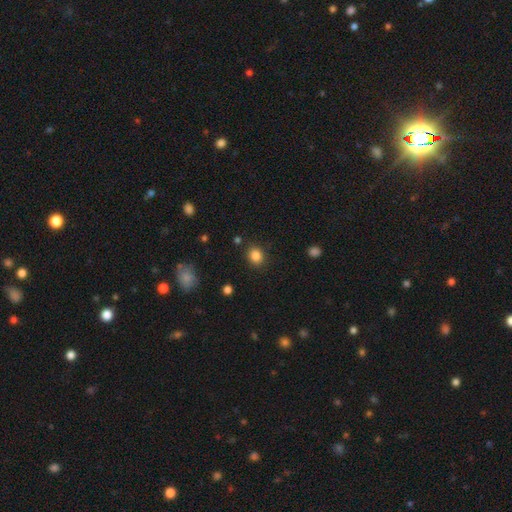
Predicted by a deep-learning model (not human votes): Overall: smooth (85%). How rounded: round (68%; in between 31%). Merging: none (86%).